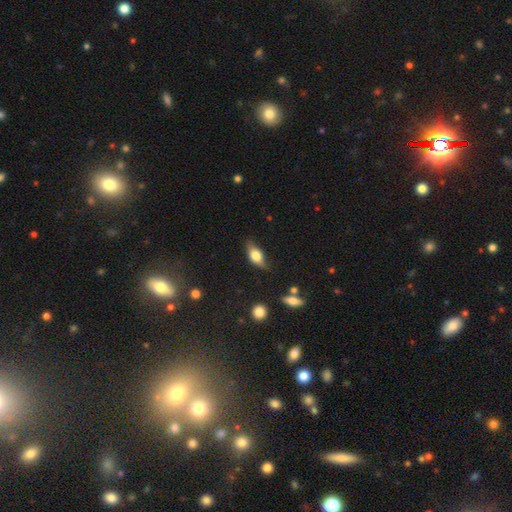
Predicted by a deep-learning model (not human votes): A smooth galaxy with no disk features (63%) that is in between round and cigar-shaped (80%). Merging: none (66%).